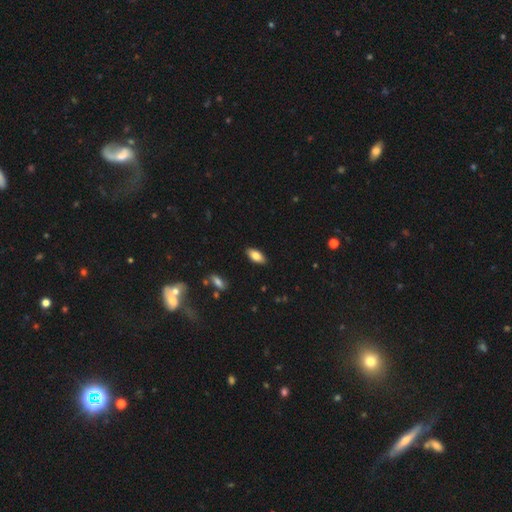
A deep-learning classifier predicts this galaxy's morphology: A smooth galaxy with no disk features (81%) that is in between round and cigar-shaped (88%).

Vote fractions:
- Smooth or featured? smooth: 81% / featured or disk: 12% / star or artifact: 7%
- How rounded? in between: 88% / cigar-shaped: 9% / round: 2%
- Merging? none: 88% / minor disturbance: 9% / major disturbance: 2% / merger: 1%